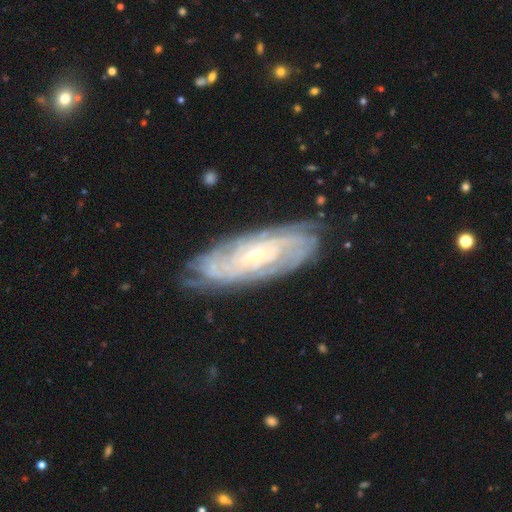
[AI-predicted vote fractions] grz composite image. It shows a featured or disk galaxy (83%) with no bar (69%), tight (77%) spiral arms (93%) and a small central bulge (79%). Merging: none (79%).